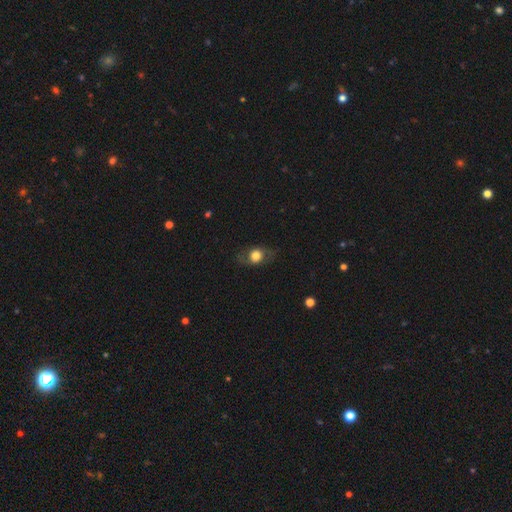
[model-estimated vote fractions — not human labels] Morphology: type=smooth (62%); roundness=round (51%); merging=none (75%).